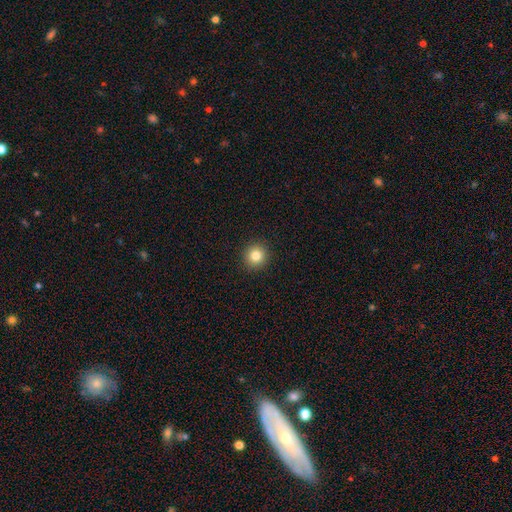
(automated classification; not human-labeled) smooth-or-featured: smooth: 82% | star or artifact: 12% | featured or disk: 7%
  how-rounded: round: 93% | in between: 6% | cigar-shaped: 1%
  merging: none: 93% | minor disturbance: 5% | major disturbance: 2% | merger: 1%